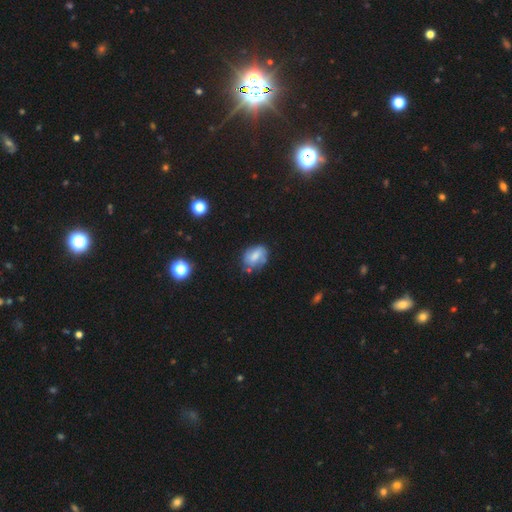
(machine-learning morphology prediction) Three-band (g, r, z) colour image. It shows a smooth galaxy with no disk features (59%) that is in between round and cigar-shaped (71%). Merging: none (60%).